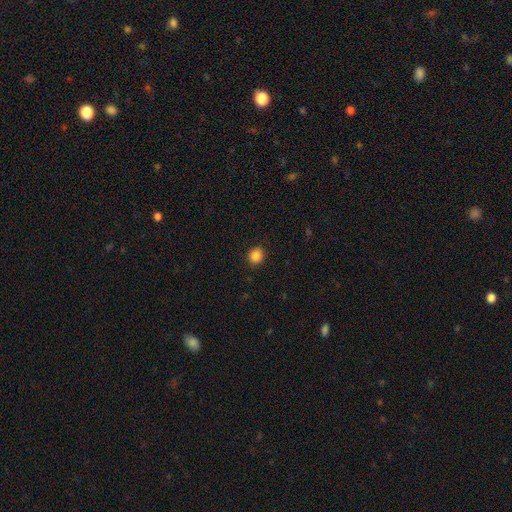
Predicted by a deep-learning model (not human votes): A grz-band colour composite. It shows a smooth galaxy with no disk features (87%) that is round (72%). Merging: none (90%).